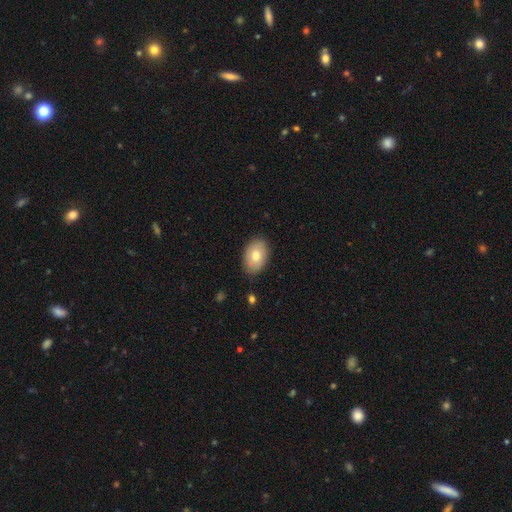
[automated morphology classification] smooth_or_featured: smooth (p=0.76) [alt: featured or disk p=0.18]
how_rounded: in between (p=0.86) [alt: round p=0.13]
merging: none (p=0.85) [alt: minor disturbance p=0.11]